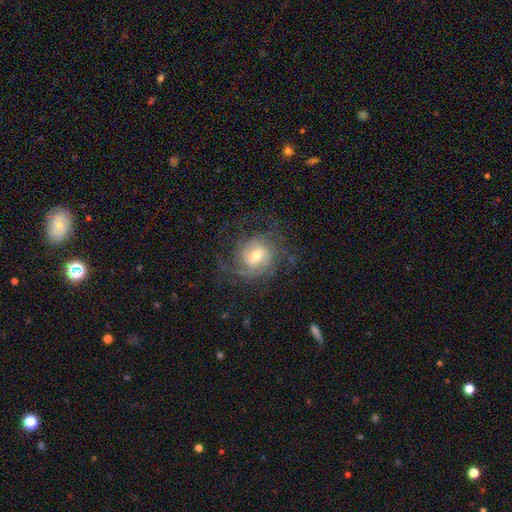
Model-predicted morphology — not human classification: A featured or disk galaxy (75%) with a weak bar (50%), tight (43%) spiral arms (90%) and a moderate central bulge (58%).

Vote fractions:
- Smooth or featured? featured or disk: 75% / smooth: 17% / star or artifact: 8%
- Edge-on disk? no: 97% / yes: 3%
- Bar? weak: 50% / no: 37% / strong: 13%
- Spiral arms? yes: 90% / no: 10%
- Spiral winding? tight: 43% / medium: 39% / loose: 18%
- Spiral arm count? can't tell: 38% / 2: 22% / 3: 18% / 4: 10% / 1: 7% / more than 4: 5%
- Bulge size? moderate: 58% / small: 30% / large: 10% / none: 1% / dominant: 1%
- Merging? none: 64% / major disturbance: 18% / minor disturbance: 16% / merger: 1%